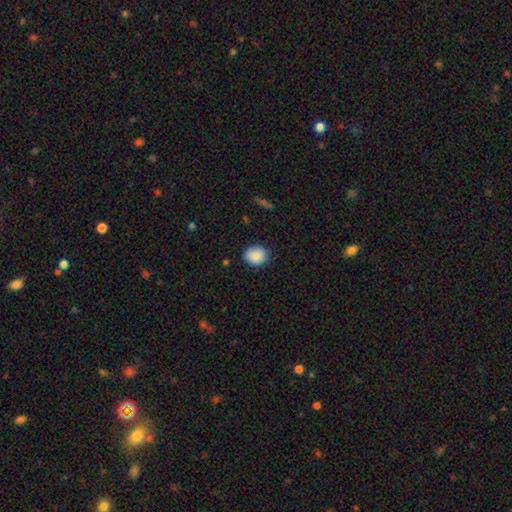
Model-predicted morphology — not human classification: Smooth or featured? smooth (89%)
How rounded? round (60%)
Merging? none (83%)